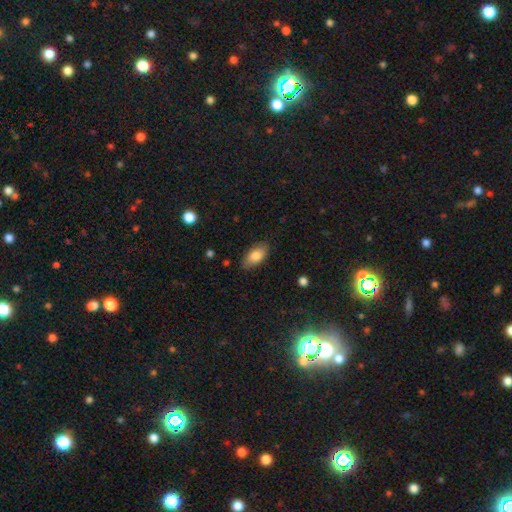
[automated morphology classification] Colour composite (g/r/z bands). It shows a smooth galaxy with no disk features (83%) that is in between round and cigar-shaped (92%). Merging: none (82%).